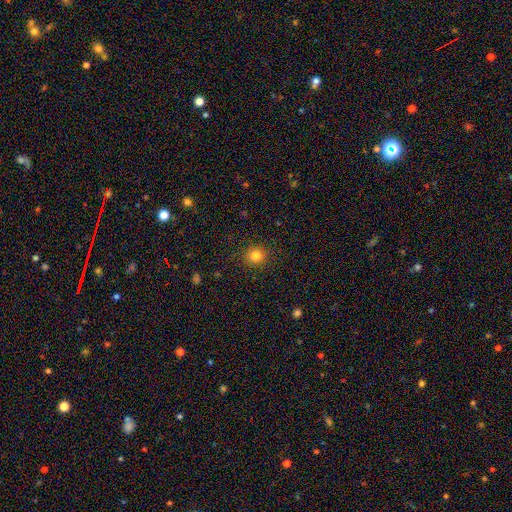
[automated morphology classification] A smooth galaxy with no disk features (83%) that is round (88%). Merging: none (90%).